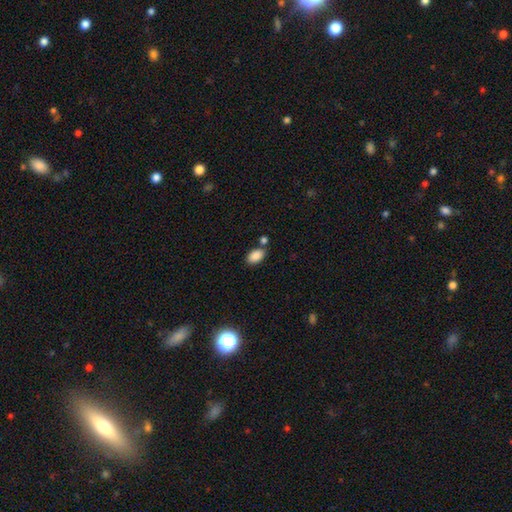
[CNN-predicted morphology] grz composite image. It shows a smooth galaxy with no disk features (87%) that is in between round and cigar-shaped (92%). Merging: none (72%).